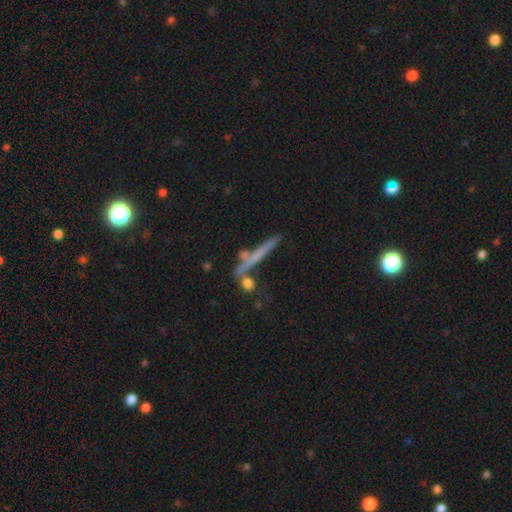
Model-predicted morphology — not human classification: A smooth galaxy with no disk features (47%). Merging: none (71%).